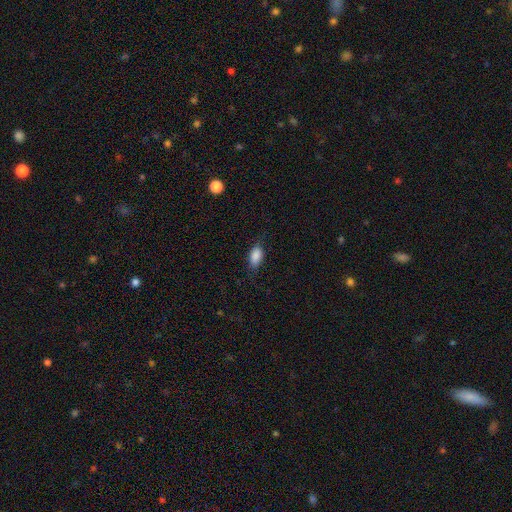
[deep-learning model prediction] Morphology: type=smooth (86%); roundness=in between (89%); merging=none (73%).